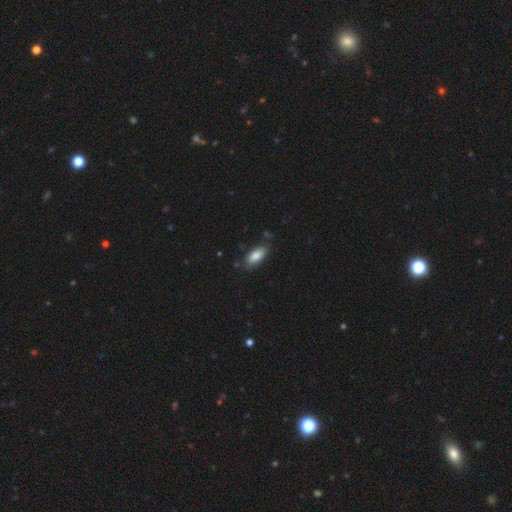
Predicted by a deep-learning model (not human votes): smooth-or-featured: smooth: 84% | featured or disk: 9% | star or artifact: 7%
  how-rounded: in between: 85% | cigar-shaped: 13% | round: 2%
  merging: none: 79% | minor disturbance: 16% | major disturbance: 3% | merger: 2%